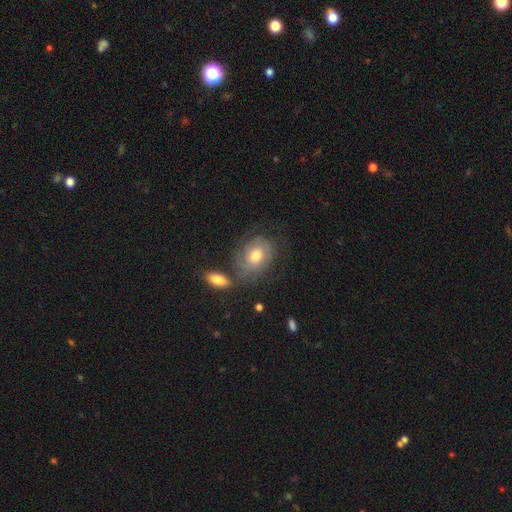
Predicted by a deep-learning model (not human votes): A featured or disk galaxy (50%).

Vote fractions:
- Smooth or featured? featured or disk: 50% / smooth: 42% / star or artifact: 9%
- Merging? none: 56% / minor disturbance: 23% / major disturbance: 13% / merger: 9%